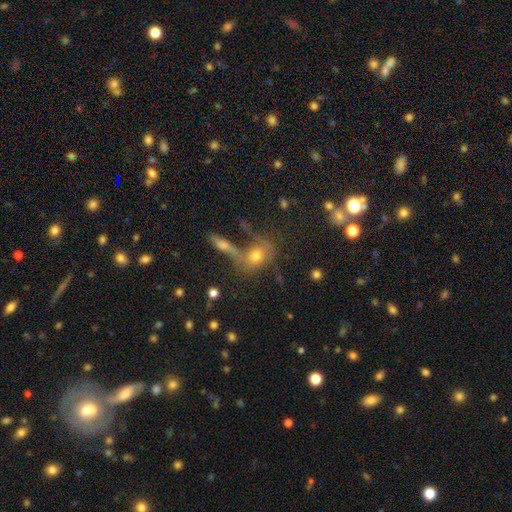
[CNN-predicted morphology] Smooth or featured?
  - smooth: 44% * (tied)
  - star or artifact: 44% * (tied)
  - featured or disk: 13%
Merging?
  - none: 57% *
  - merger: 24%
  - minor disturbance: 11%
  - major disturbance: 8%